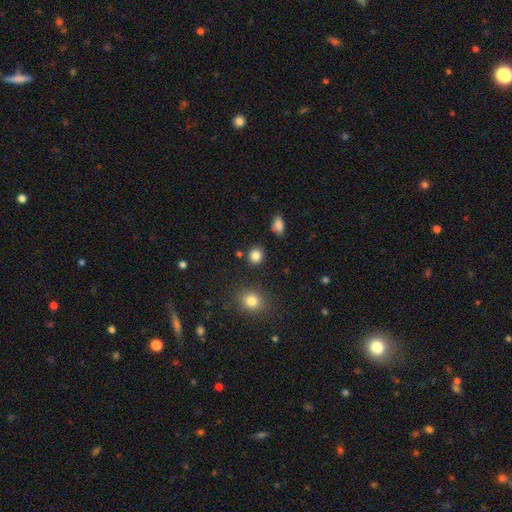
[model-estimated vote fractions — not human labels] Smooth or featured: smooth — 85% (star or artifact — 11%)
How rounded: round — 80% (in between — 19%)
Merging: none — 87% (minor disturbance — 7%)